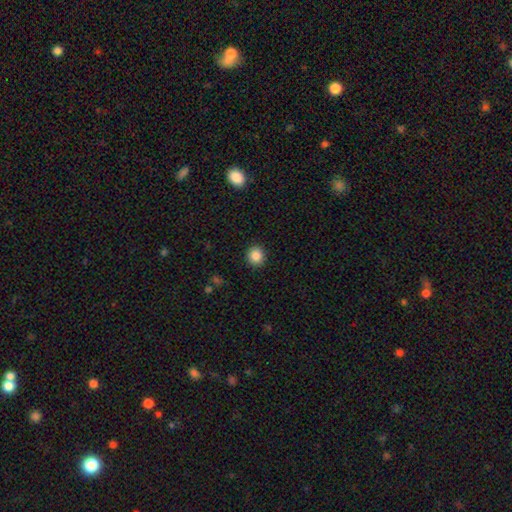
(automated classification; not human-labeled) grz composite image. It shows a smooth galaxy with no disk features (86%) that is round (88%). Merging: none (92%).